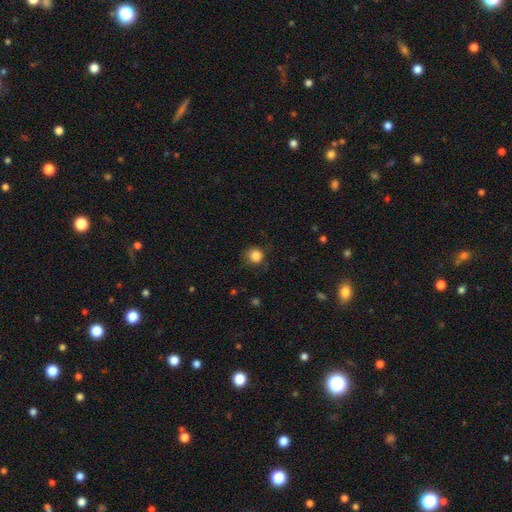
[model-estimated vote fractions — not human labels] smooth-or-featured: smooth: 86% | star or artifact: 10% | featured or disk: 5%
  how-rounded: round: 90% | in between: 9% | cigar-shaped: 1%
  merging: none: 73% | minor disturbance: 19% | major disturbance: 7% | merger: 1%